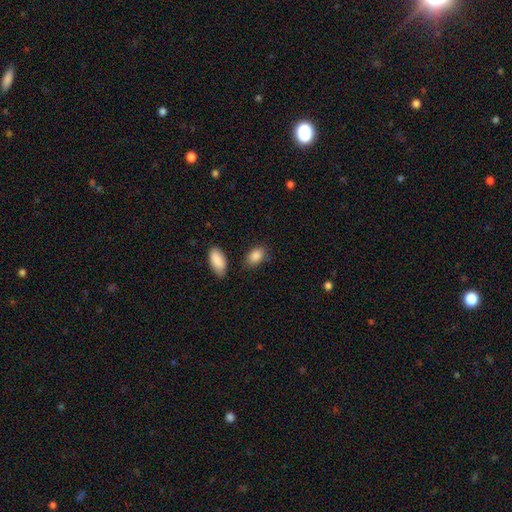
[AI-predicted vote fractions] Morphology: type=smooth (88%); roundness=in between (88%); merging=none (76%).